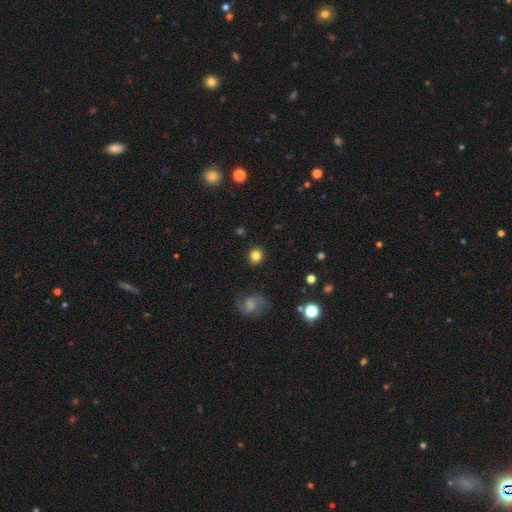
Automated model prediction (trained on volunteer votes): This is clearly a smooth galaxy (82%). How rounded: clearly round (82%). Merging: clearly none (89%).